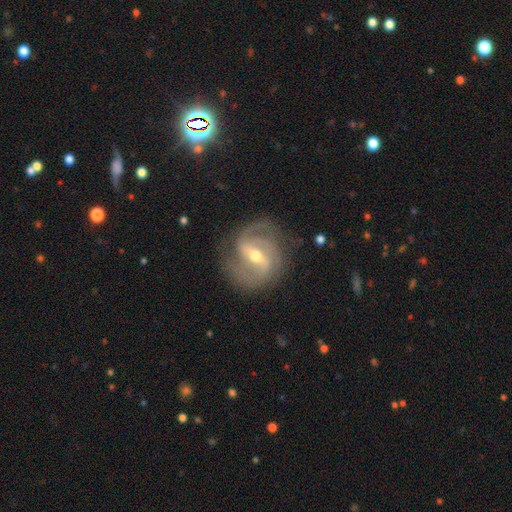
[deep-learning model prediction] Morphology: type=featured or disk (90%); edge-on=no (97%); bar=strong (45%); spiral arms=yes (97%); winding=medium (51%); arm count=2 (54%); bulge=moderate (56%); merging=none (77%).